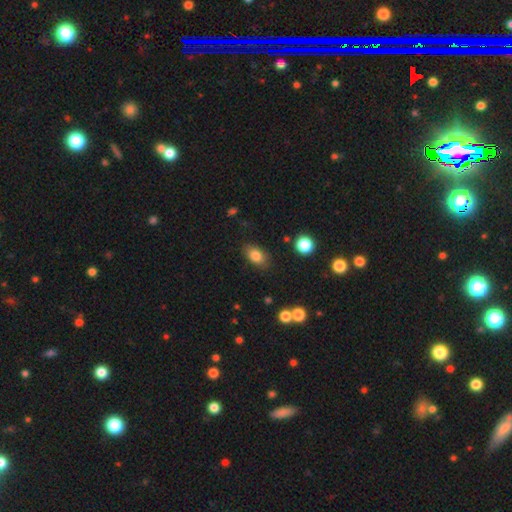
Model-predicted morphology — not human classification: A smooth galaxy with no disk features (82%) that is in between round and cigar-shaped (85%).

Vote fractions:
- Smooth or featured? smooth: 82% / star or artifact: 9% / featured or disk: 9%
- How rounded? in between: 85% / round: 13% / cigar-shaped: 2%
- Merging? none: 82% / minor disturbance: 13% / major disturbance: 3% / merger: 2%